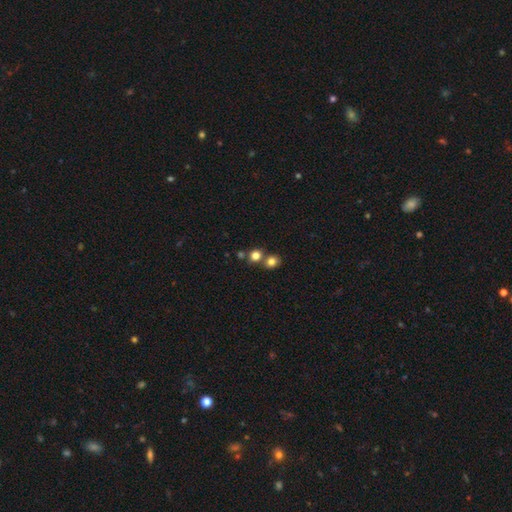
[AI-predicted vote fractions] smooth 79%, star or artifact 14%, featured or disk 7%. Down the decision tree: how rounded — round (80%); merging — none (58%).